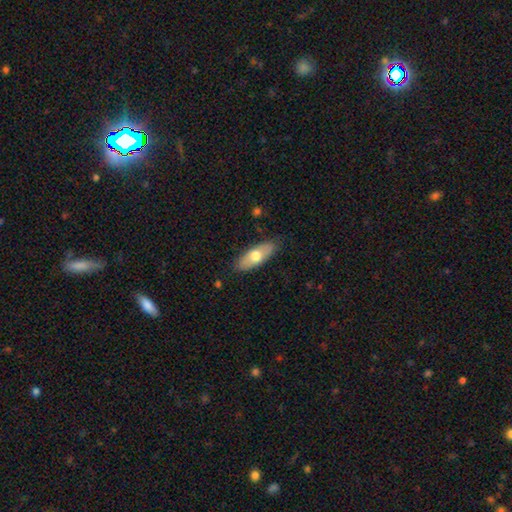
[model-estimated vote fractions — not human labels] This is likely a smooth galaxy (63%). How rounded: likely in between (76%). Merging: clearly none (84%).